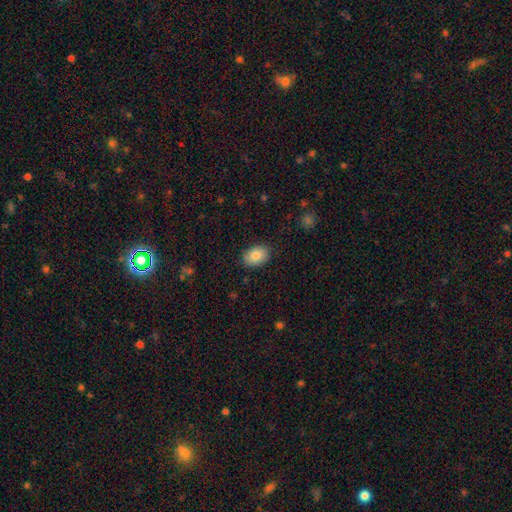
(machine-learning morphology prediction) smooth-or-featured: smooth: 86% | star or artifact: 7% | featured or disk: 7%
  how-rounded: in between: 81% | round: 18% | cigar-shaped: 1%
  merging: none: 86% | minor disturbance: 10% | major disturbance: 2% | merger: 1%